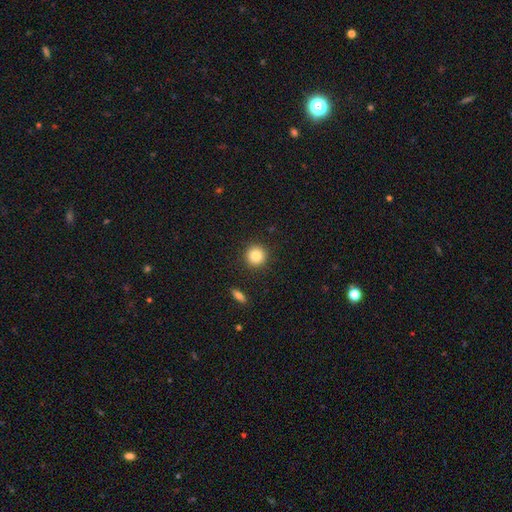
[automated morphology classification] type=smooth (84%); roundness=round (93%); merging=none (91%).